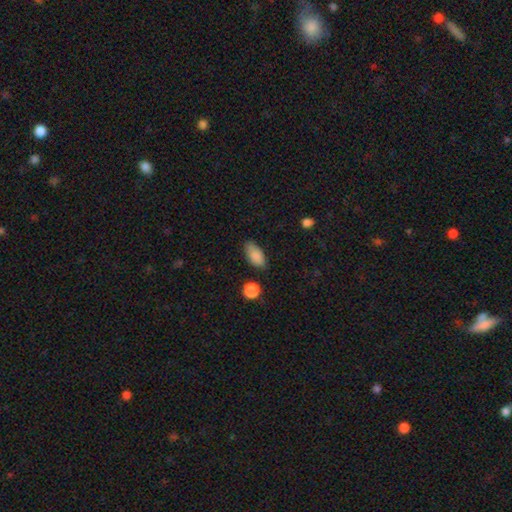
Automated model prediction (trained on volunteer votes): smooth 86%, star or artifact 8%, featured or disk 6%. Down the decision tree: how rounded — in between (90%); merging — none (76%).